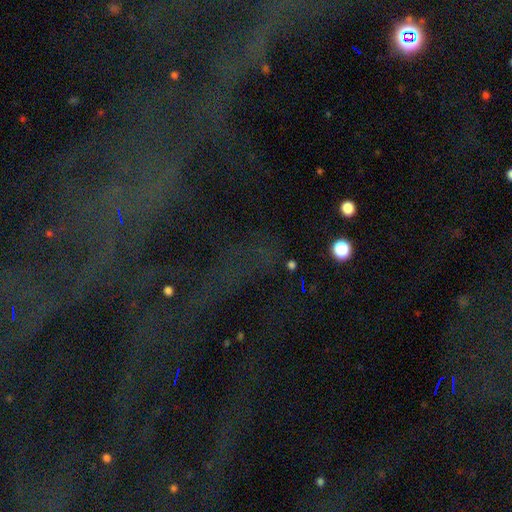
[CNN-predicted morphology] Smooth or featured? star or artifact (71%)